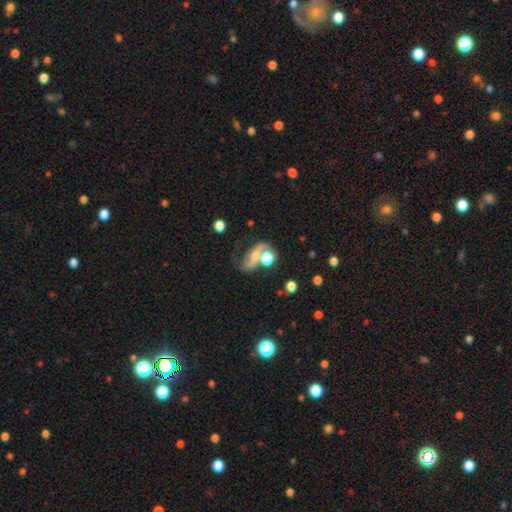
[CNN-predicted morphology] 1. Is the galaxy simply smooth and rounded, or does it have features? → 71% featured or disk, 17% smooth, 12% star or artifact.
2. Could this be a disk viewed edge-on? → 96% no, 4% yes.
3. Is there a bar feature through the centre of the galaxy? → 51% no, 32% weak, 17% strong.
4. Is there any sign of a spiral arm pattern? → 89% yes, 11% no.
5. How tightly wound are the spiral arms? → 57% loose, 34% medium, 10% tight.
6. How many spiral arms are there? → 82% 2, 11% 1, 4% can't tell, 1% 3, 1% 4, 1% more than 4.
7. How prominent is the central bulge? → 52% moderate, 28% small, 10% large, 7% none, 3% dominant.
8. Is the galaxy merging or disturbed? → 44% none, 24% merger, 16% major disturbance, 15% minor disturbance.